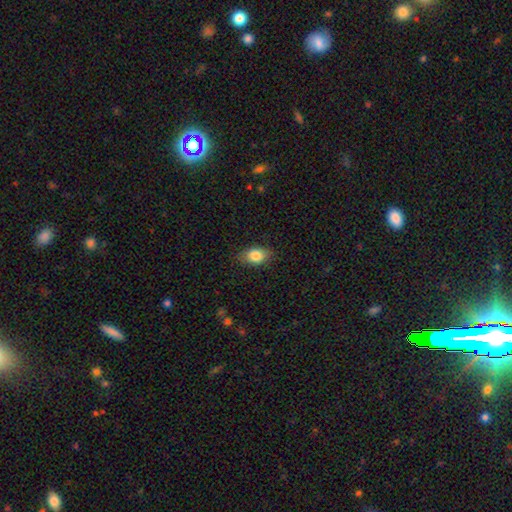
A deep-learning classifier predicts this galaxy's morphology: This appears to be a smooth galaxy with no disk features (82%) that is in between round and cigar-shaped (78%). Merging: none (82%).